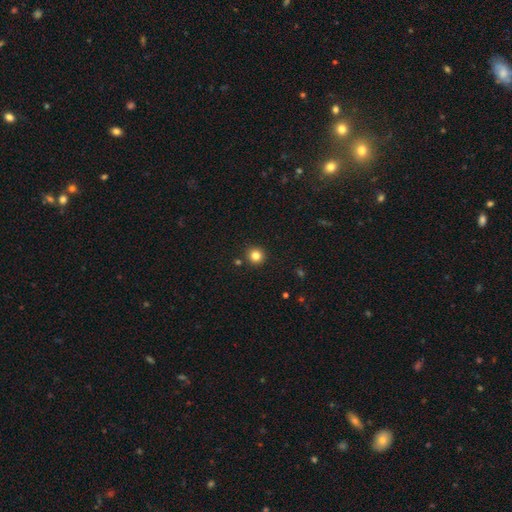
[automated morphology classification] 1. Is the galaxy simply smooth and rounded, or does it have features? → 82% smooth, 13% star or artifact, 5% featured or disk.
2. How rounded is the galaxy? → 94% round, 5% in between, 1% cigar-shaped.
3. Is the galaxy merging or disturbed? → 91% none, 5% minor disturbance, 2% merger, 2% major disturbance.